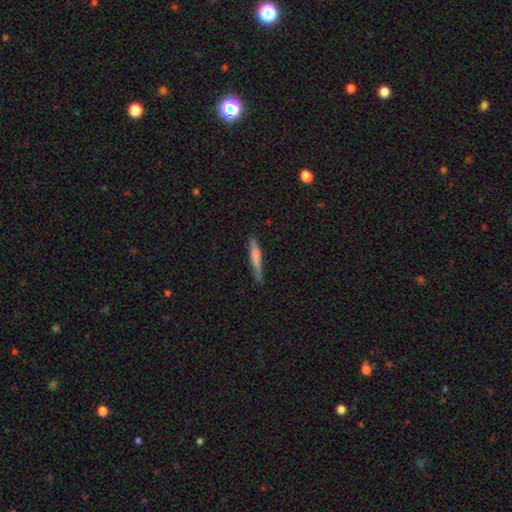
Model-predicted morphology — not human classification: smooth 65%, featured or disk 29%, star or artifact 6%. Down the decision tree: how rounded — cigar-shaped (91%); merging — none (76%).